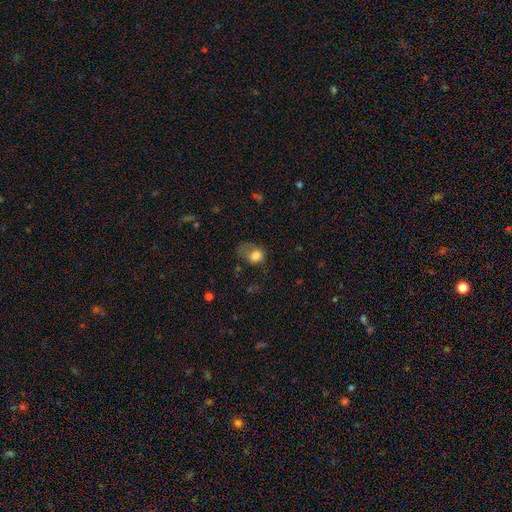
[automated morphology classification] Smooth or featured? smooth (77%)
How rounded? round (50%)
Merging? major disturbance (40%)